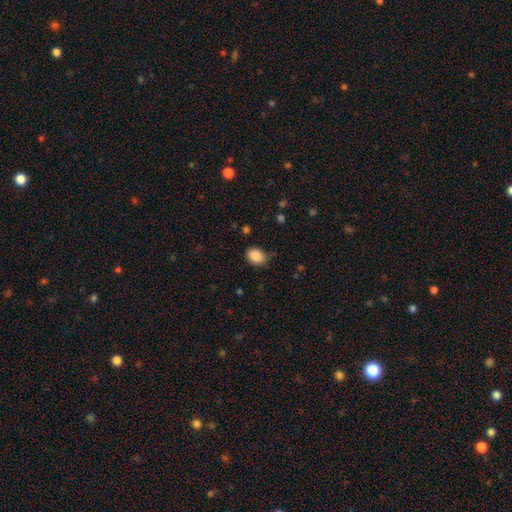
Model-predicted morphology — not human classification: Smooth or featured? smooth (88%)
How rounded? in between (62%)
Merging? none (69%)